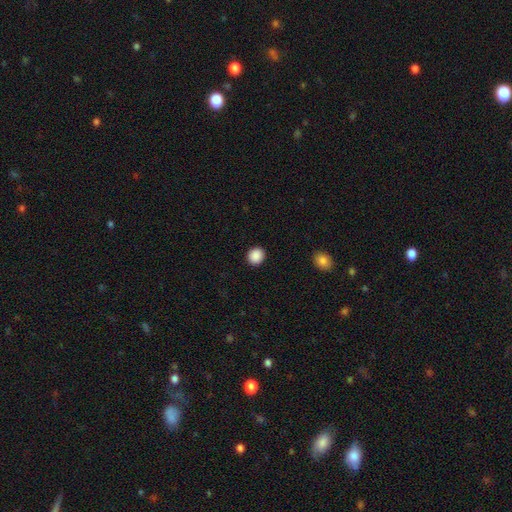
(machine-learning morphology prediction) Smooth or featured? Predicted: smooth (p=0.89). How rounded? Predicted: round (p=0.80). Merging? Predicted: none (p=0.92).